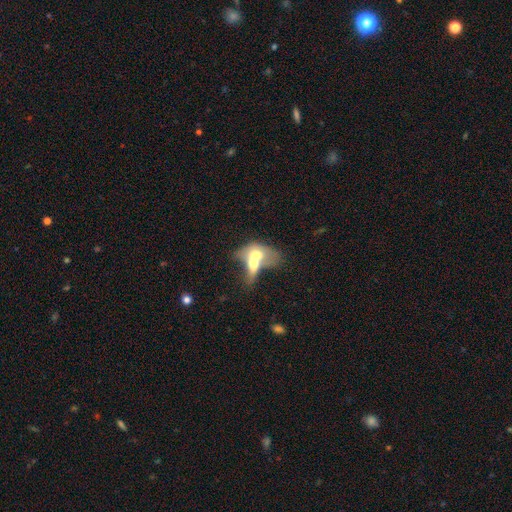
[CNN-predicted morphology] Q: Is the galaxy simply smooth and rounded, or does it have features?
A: smooth — 57%.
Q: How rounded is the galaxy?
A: in between — 75%.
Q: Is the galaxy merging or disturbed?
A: merger — 80%.